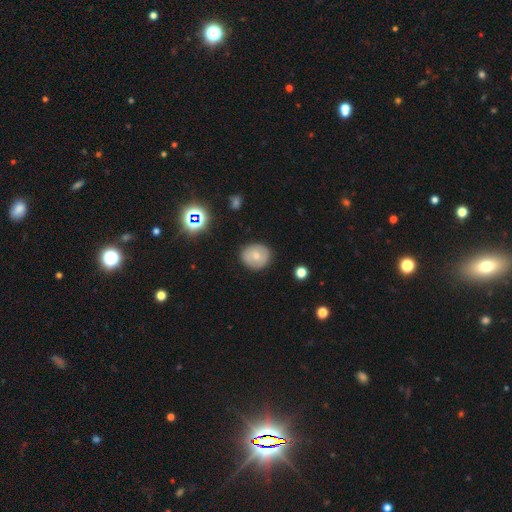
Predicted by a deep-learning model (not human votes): smooth 66%, featured or disk 24%, star or artifact 10%. Down the decision tree: how rounded — round (76%); merging — none (85%).